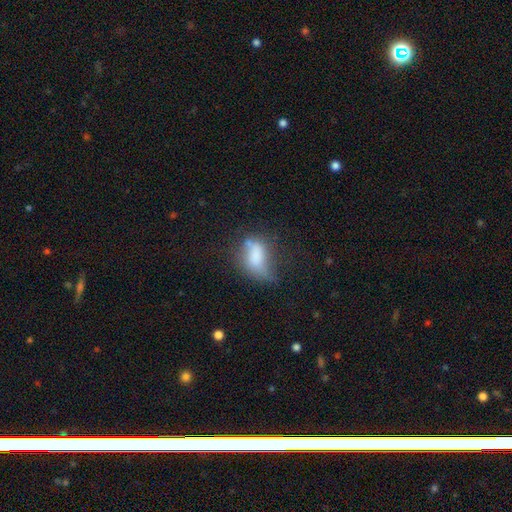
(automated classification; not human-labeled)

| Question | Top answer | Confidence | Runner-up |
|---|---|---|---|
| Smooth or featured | smooth | 64% | featured or disk (25%) |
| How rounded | in between | 83% | round (10%) |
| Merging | major disturbance | 31% | minor disturbance (29%) |